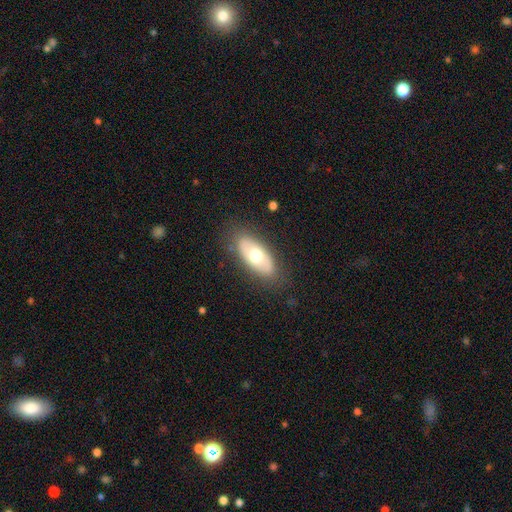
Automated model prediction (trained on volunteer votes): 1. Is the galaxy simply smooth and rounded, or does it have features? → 54% smooth, 40% featured or disk, 6% star or artifact.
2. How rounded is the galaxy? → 88% in between, 9% cigar-shaped, 3% round.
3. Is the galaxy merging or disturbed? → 82% none, 13% minor disturbance, 4% major disturbance, 1% merger.